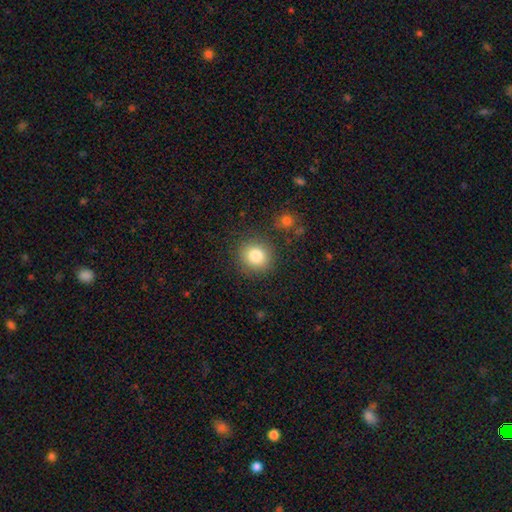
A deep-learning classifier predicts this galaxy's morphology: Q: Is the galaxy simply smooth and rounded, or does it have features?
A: smooth — 83%.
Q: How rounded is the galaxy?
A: round — 88%.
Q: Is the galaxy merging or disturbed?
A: none — 86%.